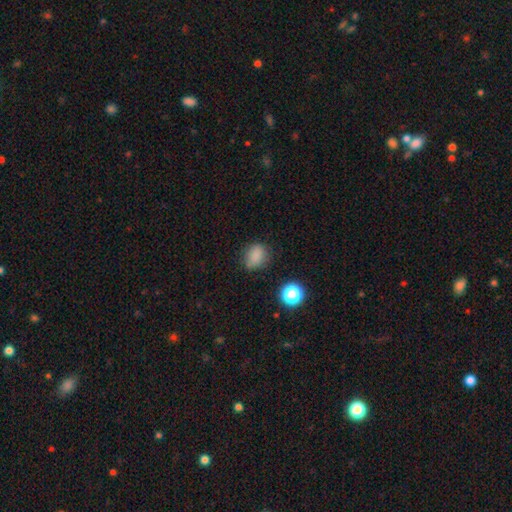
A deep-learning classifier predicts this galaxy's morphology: A smooth galaxy with no disk features (82%) that is in between round and cigar-shaped (52%). Merging: none (72%).